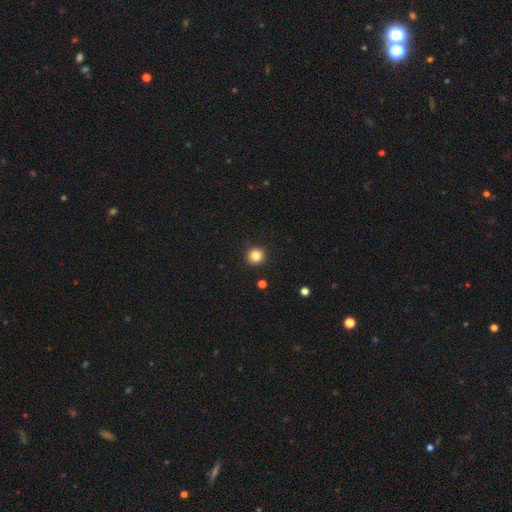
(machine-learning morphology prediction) Overall: smooth (83%). How rounded: round (92%). Merging: none (91%).